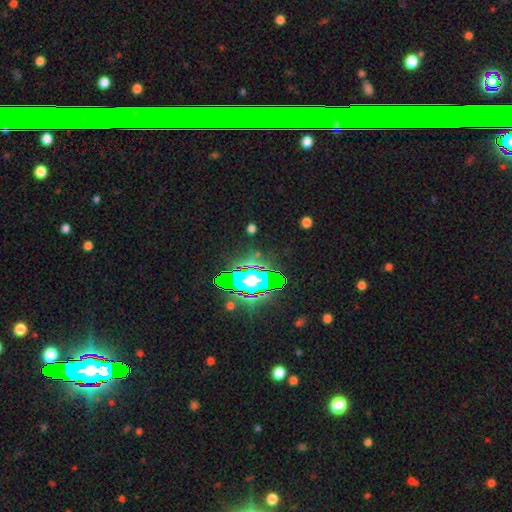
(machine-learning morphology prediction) smooth-or-featured: star or artifact: 79% | featured or disk: 11% | smooth: 10%